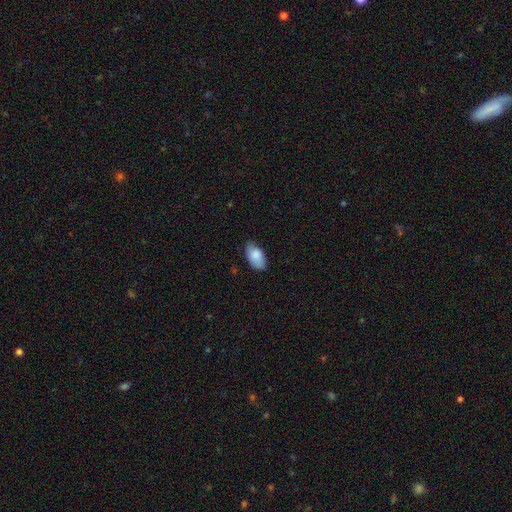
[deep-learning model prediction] A smooth galaxy with no disk features (85%) that is in between round and cigar-shaped (94%). Merging: none (73%).